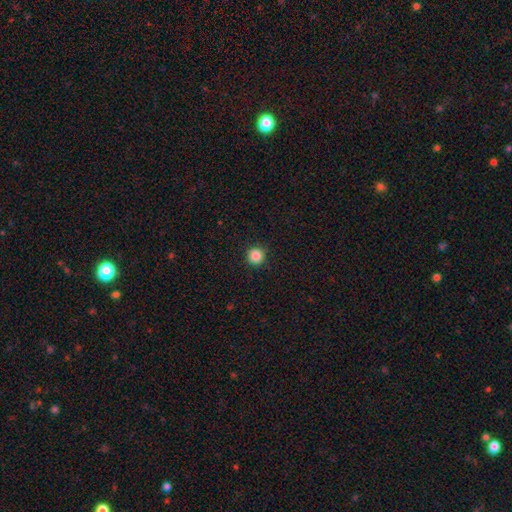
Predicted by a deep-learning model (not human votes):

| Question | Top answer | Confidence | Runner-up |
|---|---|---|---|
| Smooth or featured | smooth | 86% | star or artifact (11%) |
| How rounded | round | 95% | in between (4%) |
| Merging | none | 92% | minor disturbance (5%) |